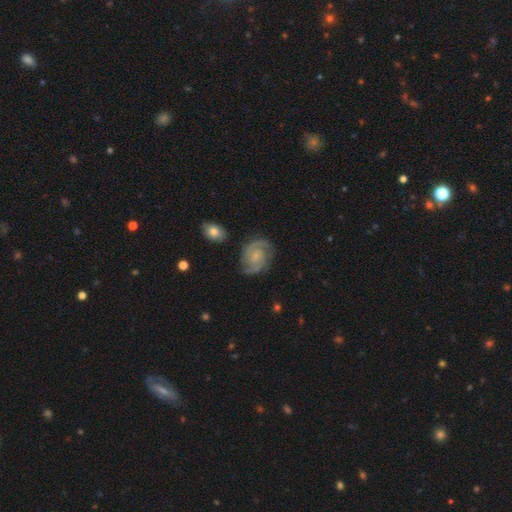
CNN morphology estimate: Overall: featured or disk (87%). Edge-on disk: no (98%). Bar: no (56%; weak 37%). Spiral arms: yes (98%). Spiral arm count: 2 (87%). Spiral winding: medium (46%; tight 45%). Bulge size: small (42%; none 34%). Merging: none (79%).